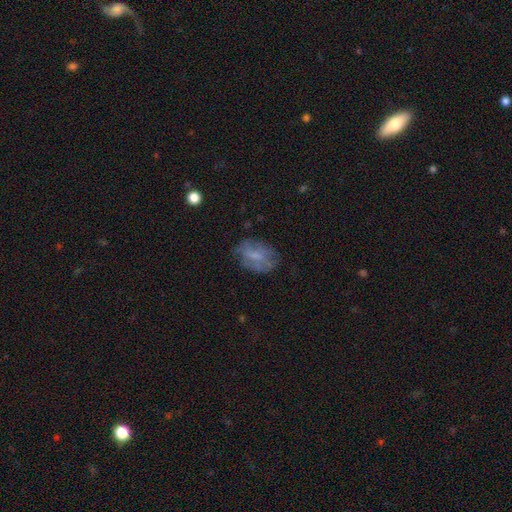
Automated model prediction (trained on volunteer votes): Smooth or featured: smooth — 50% (featured or disk — 39%)
How rounded: in between — 81% (round — 17%)
Merging: none — 61% (minor disturbance — 24%)